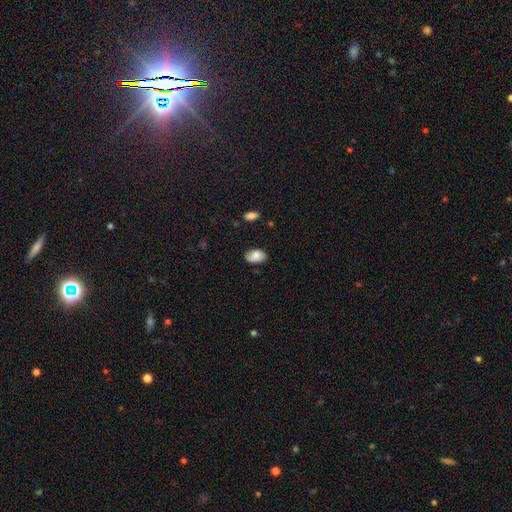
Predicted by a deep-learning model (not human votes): The model was most divided on "smooth or featured": smooth: 72%, featured or disk: 20%, star or artifact: 8%. More confident: how rounded — in between (92%); merging — none (74%).